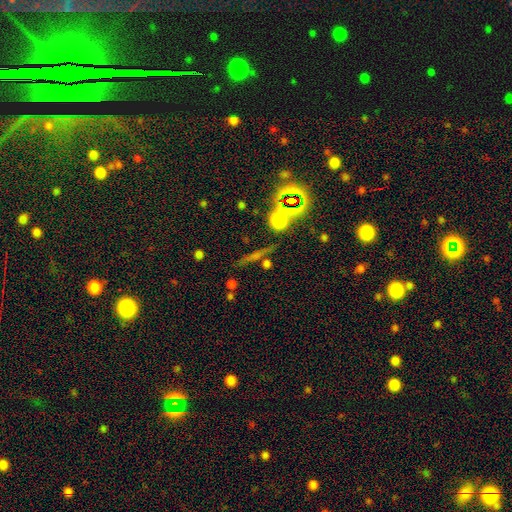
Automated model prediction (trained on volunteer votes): This appears to be a star or artifact, not a galaxy (42%).